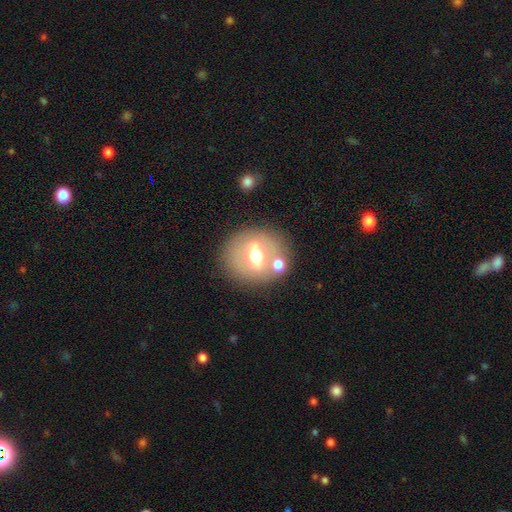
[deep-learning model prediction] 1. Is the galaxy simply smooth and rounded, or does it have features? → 49% featured or disk, 42% smooth, 10% star or artifact.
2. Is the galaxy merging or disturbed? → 71% none, 13% merger, 11% minor disturbance, 5% major disturbance.